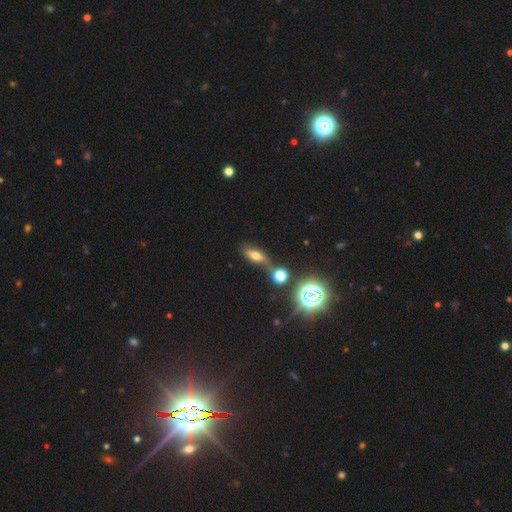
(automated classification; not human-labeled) A smooth galaxy with no disk features (57%) that is in between round and cigar-shaped (73%). Merging: none (38%).